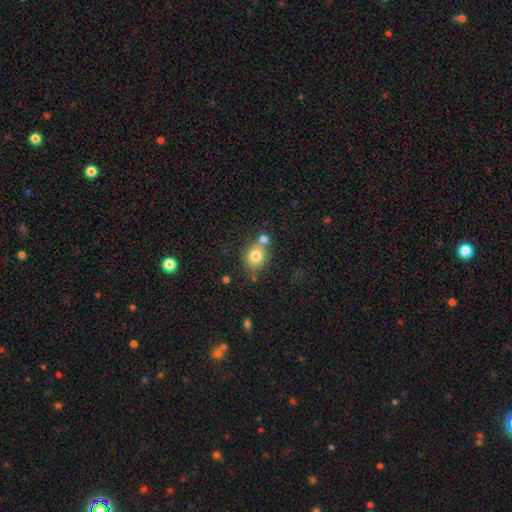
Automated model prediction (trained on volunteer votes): smooth_or_featured: smooth (p=0.79) [alt: star or artifact p=0.10]
how_rounded: round (p=0.64) [alt: in between p=0.35]
merging: none (p=0.61) [alt: merger p=0.22]